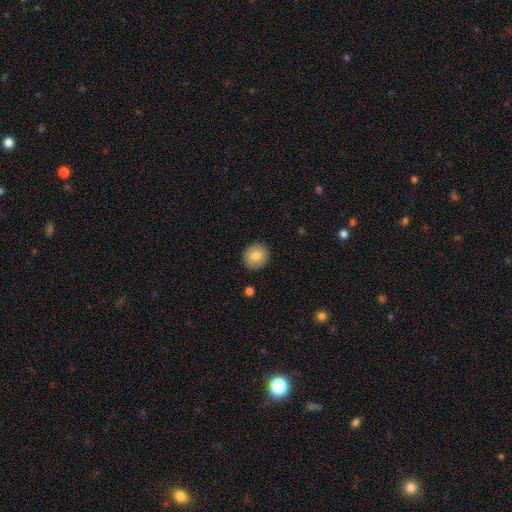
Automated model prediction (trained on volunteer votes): Smooth or featured? Predicted: smooth (p=0.80). How rounded? Predicted: round (p=0.90). Merging? Predicted: none (p=0.91).